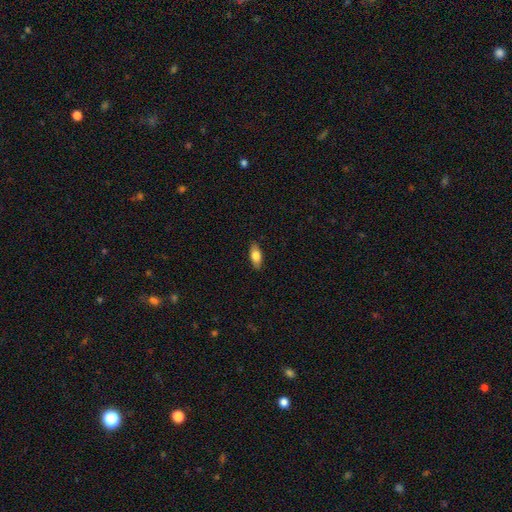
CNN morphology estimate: Overall: smooth (76%). How rounded: in between (82%). Merging: none (87%).